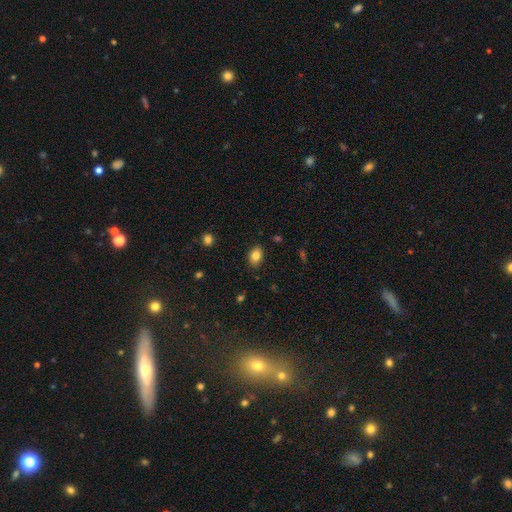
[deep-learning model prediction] A smooth galaxy with no disk features (83%) that is in between round and cigar-shaped (83%). Merging: none (85%).